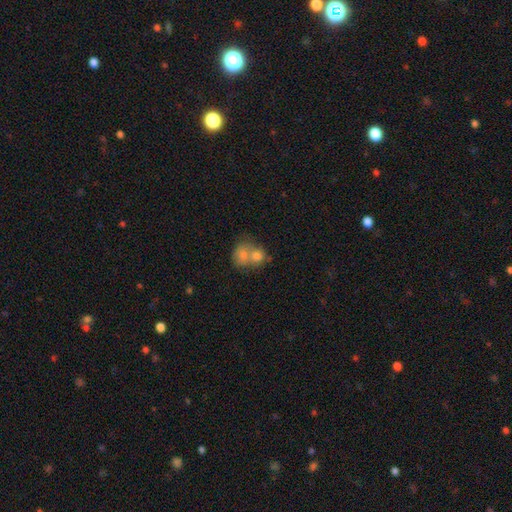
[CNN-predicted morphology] A smooth galaxy with no disk features (72%) that is round (67%).

Vote fractions:
- Smooth or featured? smooth: 72% / featured or disk: 18% / star or artifact: 10%
- How rounded? round: 67% / in between: 32% / cigar-shaped: 1%
- Merging? merger: 66% / none: 24% / minor disturbance: 7% / major disturbance: 4%